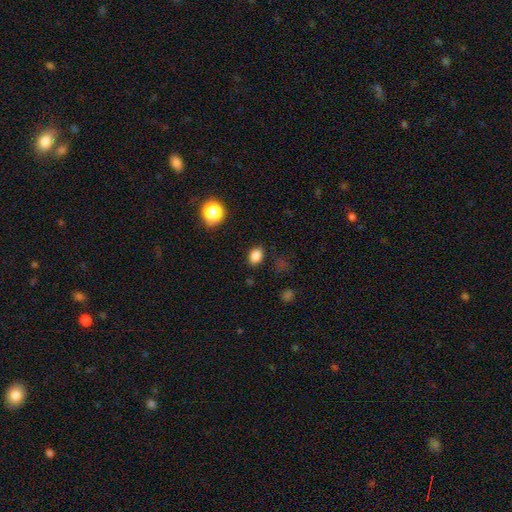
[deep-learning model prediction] Morphology: type=smooth (84%); roundness=in between (70%); merging=none (84%).